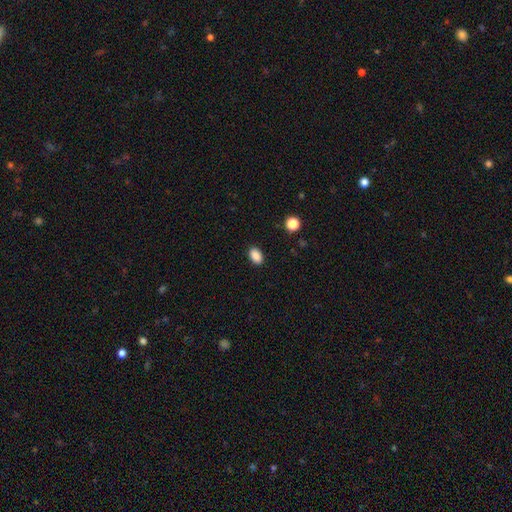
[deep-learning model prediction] This is clearly a smooth galaxy (88%). How rounded: clearly in between (88%). Merging: clearly none (89%).